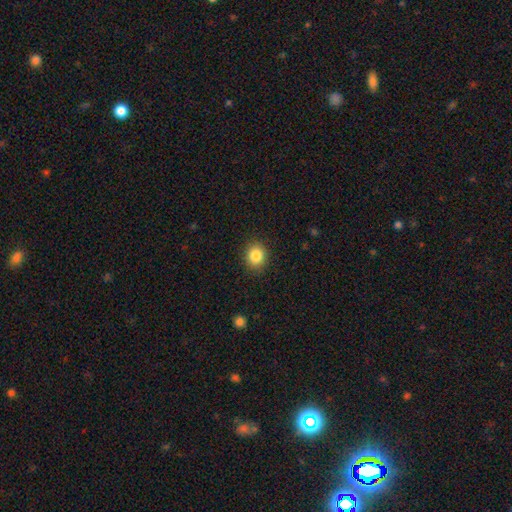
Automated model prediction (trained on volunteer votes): smooth-or-featured: smooth: 85% | star or artifact: 10% | featured or disk: 5%
  how-rounded: round: 71% | in between: 28% | cigar-shaped: 1%
  merging: none: 89% | minor disturbance: 8% | major disturbance: 2% | merger: 1%